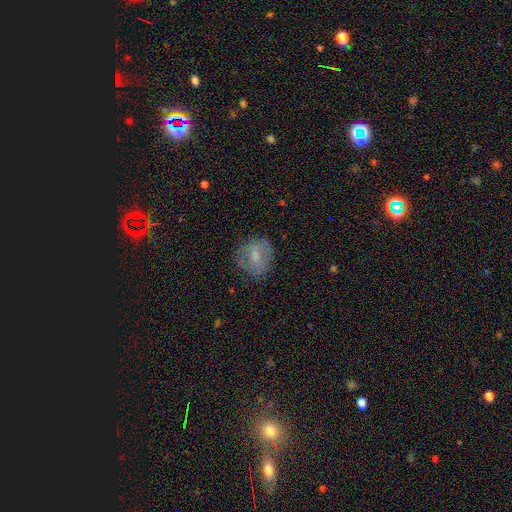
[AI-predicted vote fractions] This is possibly a smooth galaxy (60%). How rounded: likely round (67%). Merging: likely none (71%).